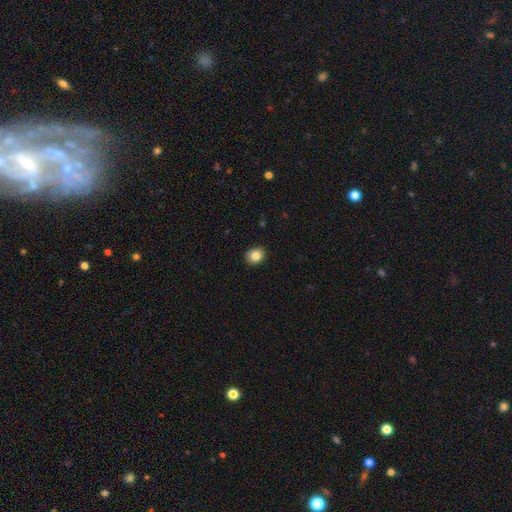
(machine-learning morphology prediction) Smooth or featured? smooth (83%)
How rounded? round (64%)
Merging? none (90%)